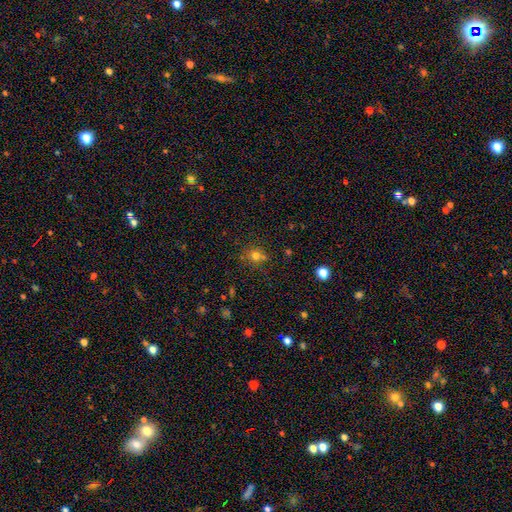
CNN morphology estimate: Smooth or featured: smooth — 71% (star or artifact — 21%)
How rounded: round — 78% (in between — 21%)
Merging: none — 73% (minor disturbance — 14%)